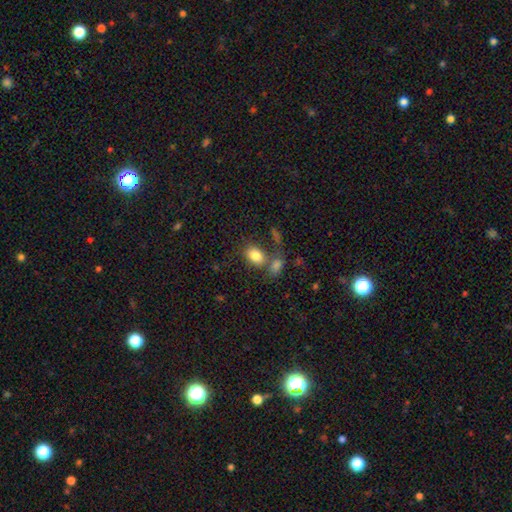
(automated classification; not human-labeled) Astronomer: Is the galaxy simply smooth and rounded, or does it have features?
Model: smooth — 82%.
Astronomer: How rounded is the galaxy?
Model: in between — 73%.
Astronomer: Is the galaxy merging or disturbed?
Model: none — 55%.